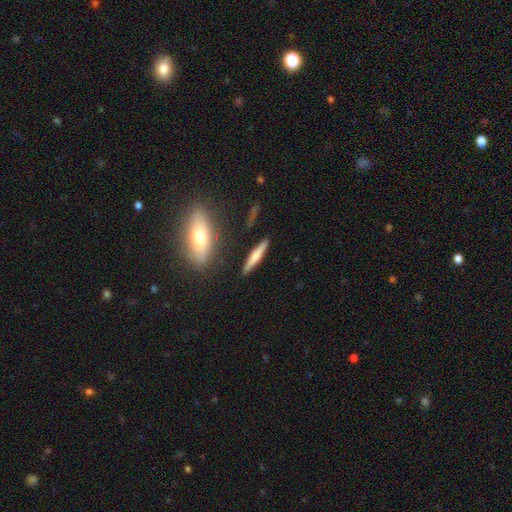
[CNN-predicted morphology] Q: Smooth or featured?
A: smooth (55%); runner-up: featured or disk (39%)
Q: How rounded?
A: cigar-shaped (89%); runner-up: in between (9%)
Q: Merging?
A: none (87%); runner-up: minor disturbance (8%)